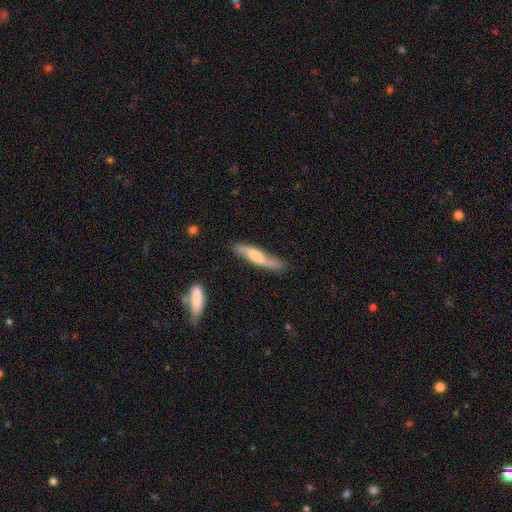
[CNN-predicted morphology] A featured or disk galaxy (54%) viewed edge-on (53%). Merging: none (74%).